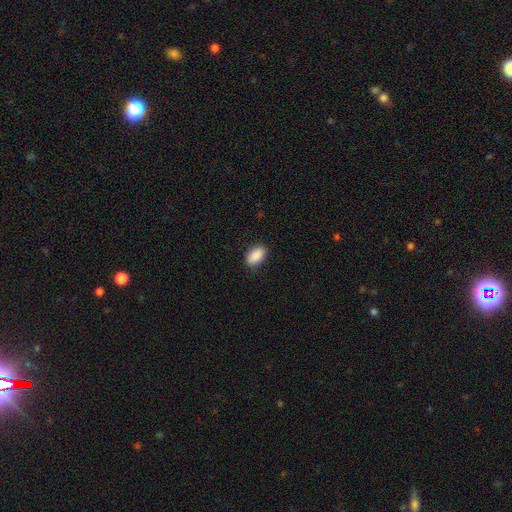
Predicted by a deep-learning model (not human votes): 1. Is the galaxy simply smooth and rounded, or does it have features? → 90% smooth, 7% star or artifact, 3% featured or disk.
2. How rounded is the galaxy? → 92% in between, 6% round, 2% cigar-shaped.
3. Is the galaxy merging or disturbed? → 87% none, 10% minor disturbance, 2% major disturbance, 1% merger.